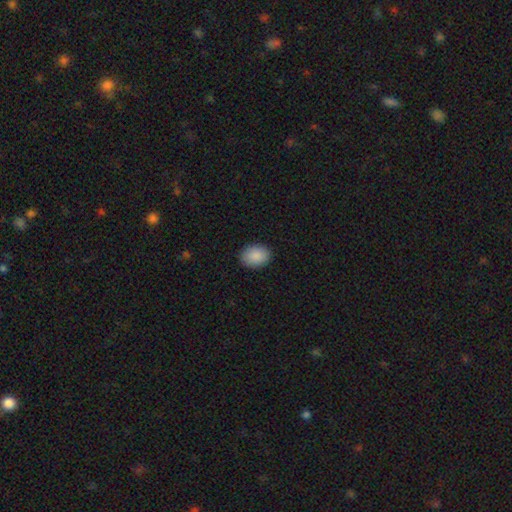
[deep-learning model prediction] This appears to be a smooth galaxy with no disk features (90%) that is in between round and cigar-shaped (72%). Merging: none (89%).